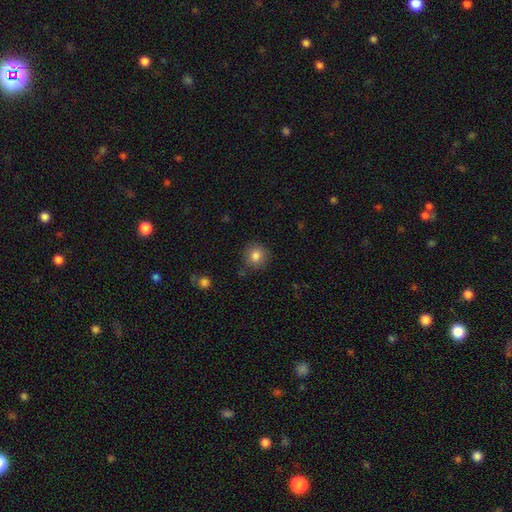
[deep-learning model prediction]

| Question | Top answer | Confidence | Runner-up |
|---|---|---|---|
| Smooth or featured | smooth | 84% | star or artifact (10%) |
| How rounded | round | 90% | in between (9%) |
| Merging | none | 85% | minor disturbance (10%) |